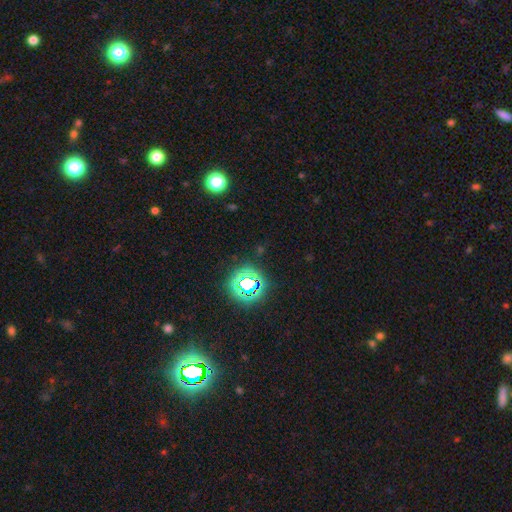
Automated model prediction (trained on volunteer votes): smooth-or-featured: star or artifact: 76% | smooth: 17% | featured or disk: 7%